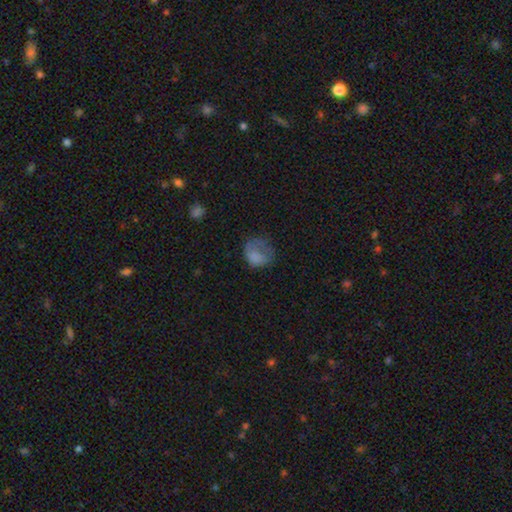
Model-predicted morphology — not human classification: A smooth galaxy with no disk features (71%) that is round (55%).

Vote fractions:
- Smooth or featured? smooth: 71% / featured or disk: 19% / star or artifact: 10%
- How rounded? round: 55% / in between: 44% / cigar-shaped: 1%
- Merging? major disturbance: 39% / none: 34% / minor disturbance: 26% / merger: 2%